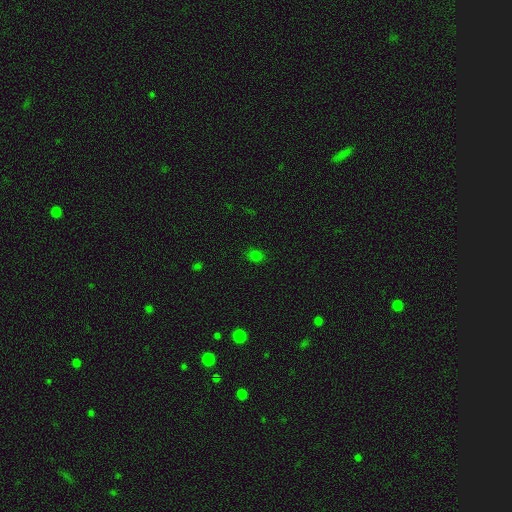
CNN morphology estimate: This is likely a smooth galaxy (74%). How rounded: likely round (66%). Merging: clearly none (85%).